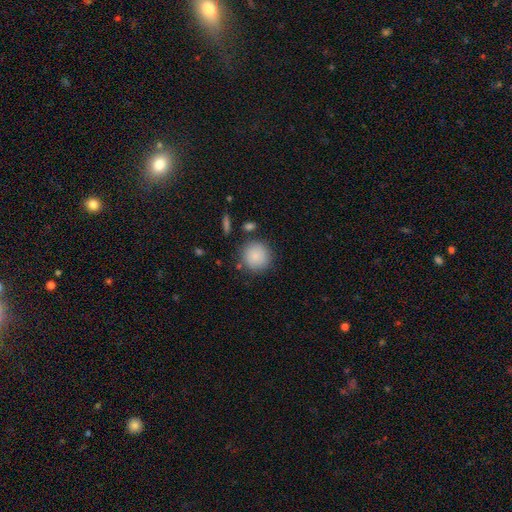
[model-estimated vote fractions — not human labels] Morphology: type=smooth (87%); roundness=round (93%); merging=none (83%).